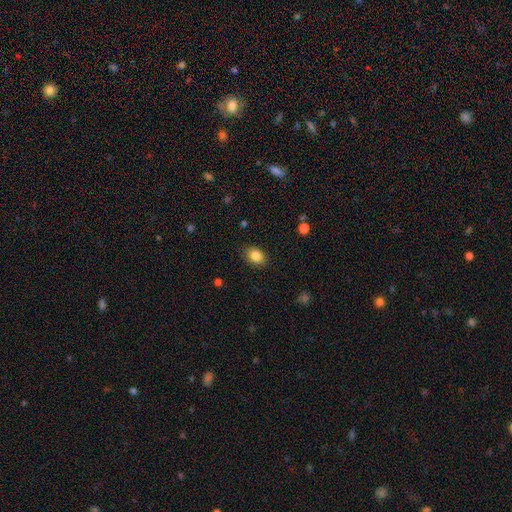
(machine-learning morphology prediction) Smooth or featured?
  - smooth: 85% *
  - star or artifact: 9%
  - featured or disk: 6%
How rounded?
  - in between: 70% *
  - round: 29%
  - cigar-shaped: 1%
Merging?
  - none: 86% *
  - minor disturbance: 10%
  - major disturbance: 3%
  - merger: 1%